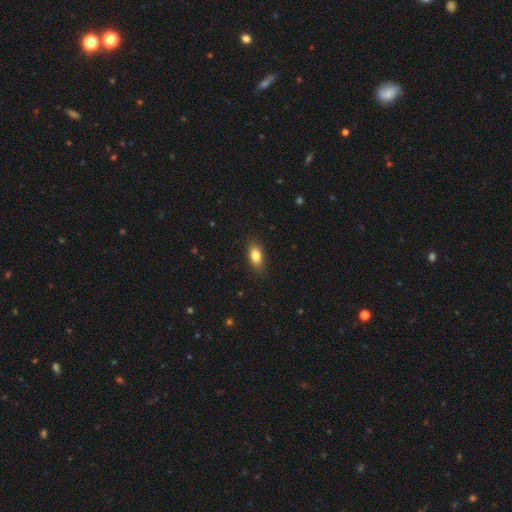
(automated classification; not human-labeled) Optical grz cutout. It shows a smooth galaxy with no disk features (81%) that is in between round and cigar-shaped (84%). Merging: none (86%).